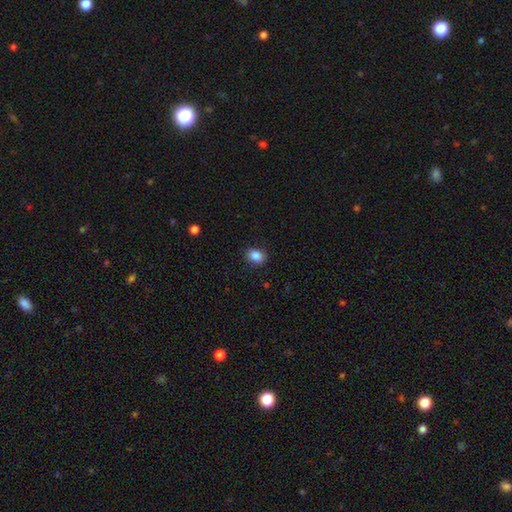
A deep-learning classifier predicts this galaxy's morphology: smooth 87%, star or artifact 9%, featured or disk 4%. Down the decision tree: how rounded — in between (66%); merging — none (87%).